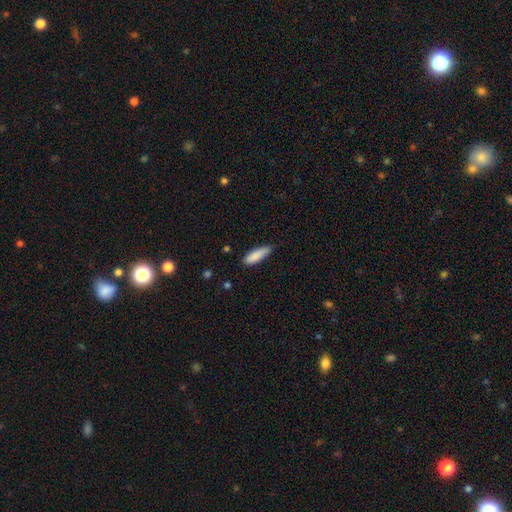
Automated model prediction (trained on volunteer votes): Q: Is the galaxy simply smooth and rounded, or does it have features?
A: smooth — 87%.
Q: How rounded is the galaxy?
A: cigar-shaped — 56%.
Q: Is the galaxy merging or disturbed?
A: none — 71%.